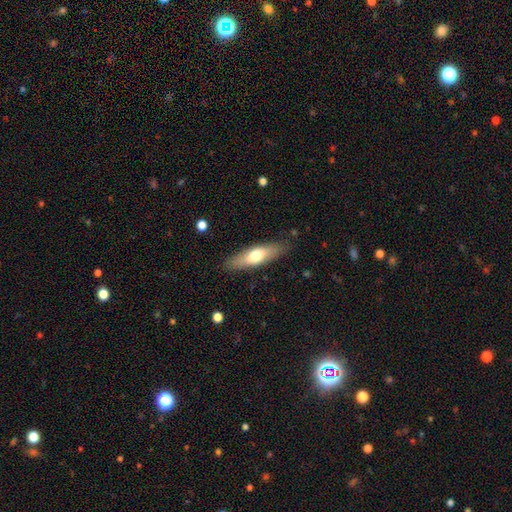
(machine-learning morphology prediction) Overall: smooth (61%; featured or disk 34%). How rounded: cigar-shaped (59%; in between 39%). Merging: none (86%).